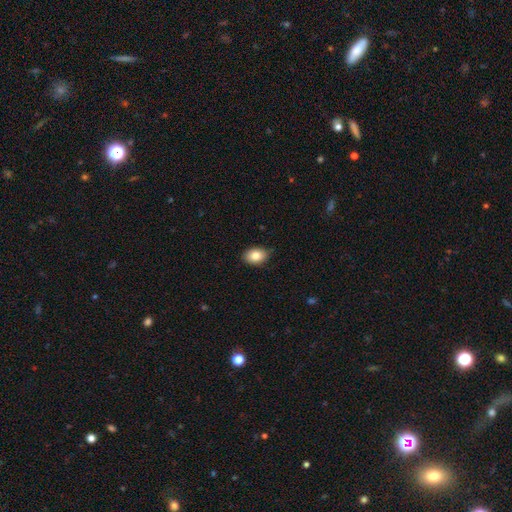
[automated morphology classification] A smooth galaxy with no disk features (84%) that is in between round and cigar-shaped (79%). Merging: none (83%).